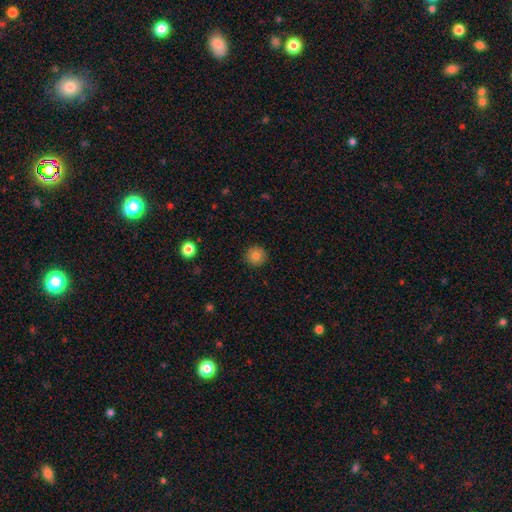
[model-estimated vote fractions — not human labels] This is clearly a smooth galaxy (82%). How rounded: clearly round (95%). Merging: clearly none (92%).